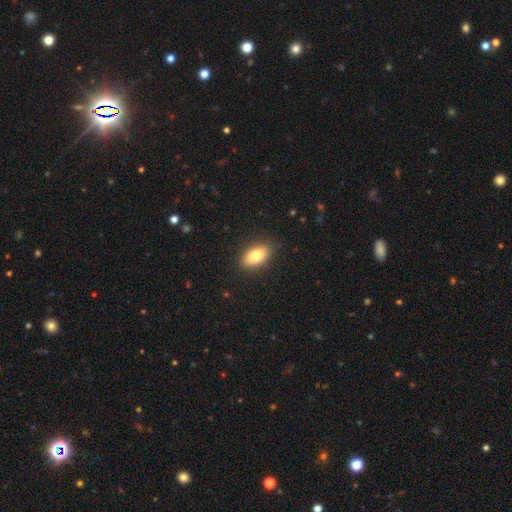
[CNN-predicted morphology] Overall: smooth (81%). How rounded: in between (91%). Merging: none (87%).